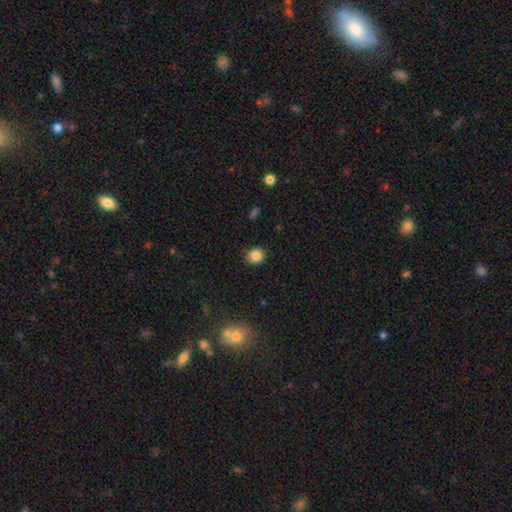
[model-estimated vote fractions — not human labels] smooth-or-featured: smooth: 85% | star or artifact: 11% | featured or disk: 4%
  how-rounded: round: 79% | in between: 20% | cigar-shaped: 1%
  merging: none: 86% | minor disturbance: 11% | major disturbance: 2% | merger: 1%